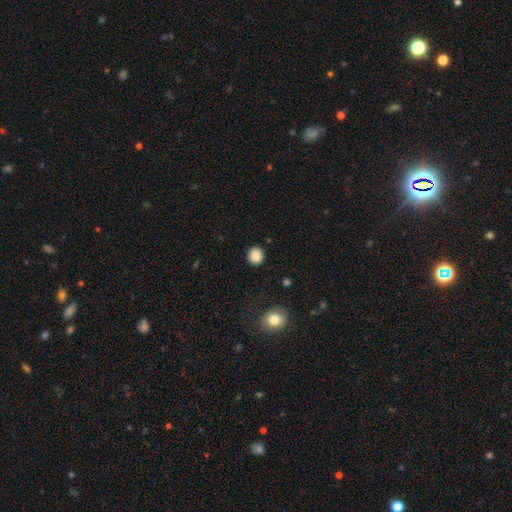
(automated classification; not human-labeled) A smooth galaxy with no disk features (87%) that is round (89%).

Vote fractions:
- Smooth or featured? smooth: 87% / star or artifact: 9% / featured or disk: 4%
- How rounded? round: 89% / in between: 10% / cigar-shaped: 1%
- Merging? none: 90% / minor disturbance: 6% / major disturbance: 2% / merger: 1%